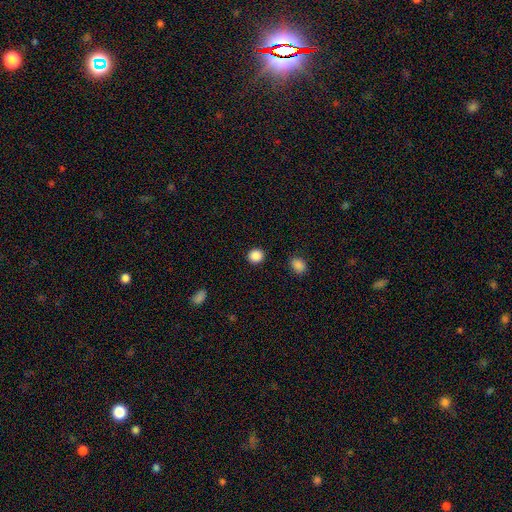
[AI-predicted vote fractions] smooth 88%, star or artifact 10%, featured or disk 3%. Down the decision tree: how rounded — round (90%); merging — none (92%).